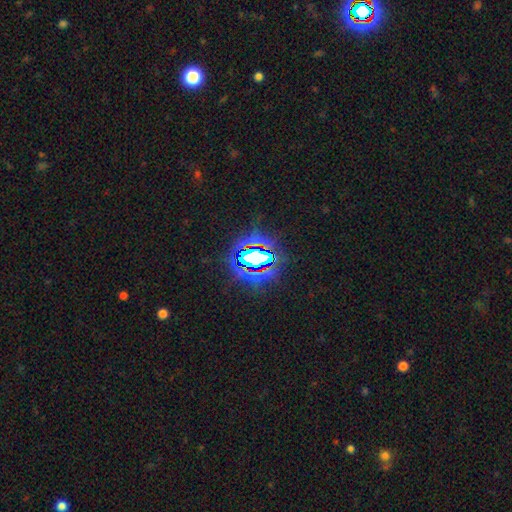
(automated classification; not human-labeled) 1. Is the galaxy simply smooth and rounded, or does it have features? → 71% star or artifact, 16% smooth, 13% featured or disk.